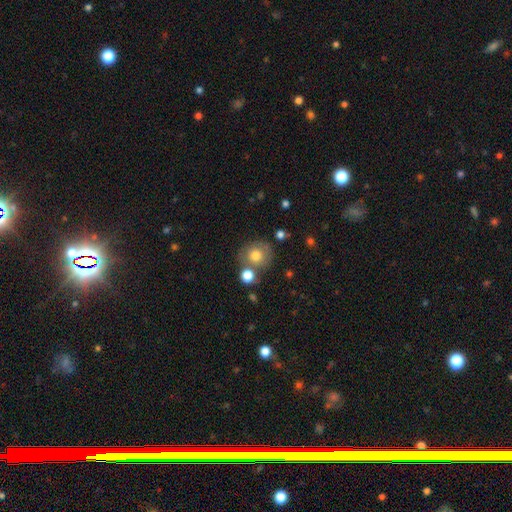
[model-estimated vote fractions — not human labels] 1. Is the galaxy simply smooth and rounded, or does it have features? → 75% smooth, 15% featured or disk, 10% star or artifact.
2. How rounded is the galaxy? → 85% round, 14% in between, 1% cigar-shaped.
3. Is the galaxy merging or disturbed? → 64% none, 17% merger, 13% minor disturbance, 5% major disturbance.